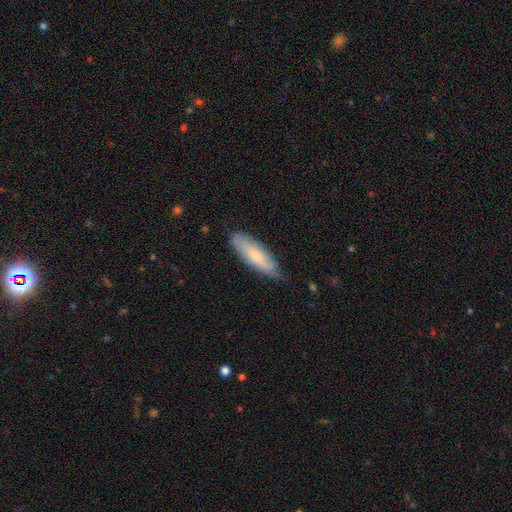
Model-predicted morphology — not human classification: Smooth or featured: smooth — 67% (featured or disk — 27%)
How rounded: in between — 52% (cigar-shaped — 46%)
Merging: none — 74% (minor disturbance — 22%)